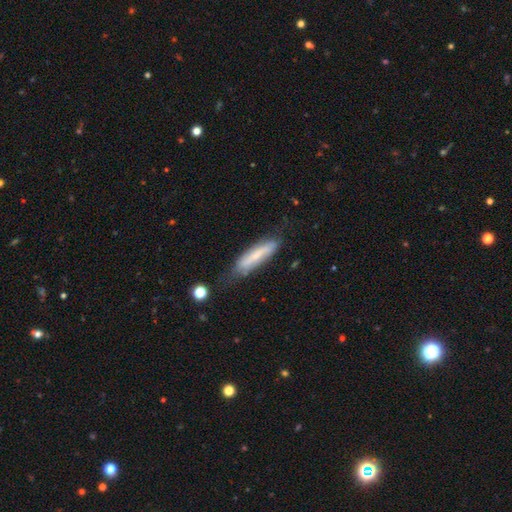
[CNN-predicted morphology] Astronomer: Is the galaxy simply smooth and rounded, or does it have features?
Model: smooth — 52% (runner-up: featured or disk, 41%).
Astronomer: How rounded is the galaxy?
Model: cigar-shaped — 73%.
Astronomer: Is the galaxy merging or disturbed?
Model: none — 63%.